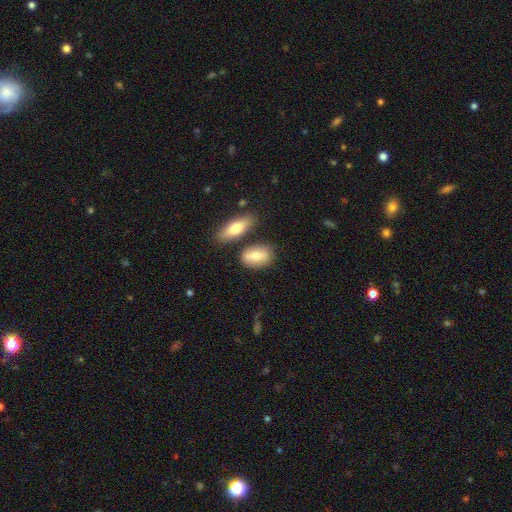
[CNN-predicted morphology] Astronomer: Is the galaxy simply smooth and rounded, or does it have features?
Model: smooth — 72%.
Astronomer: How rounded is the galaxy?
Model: in between — 83%.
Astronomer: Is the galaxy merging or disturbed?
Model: none — 71%.